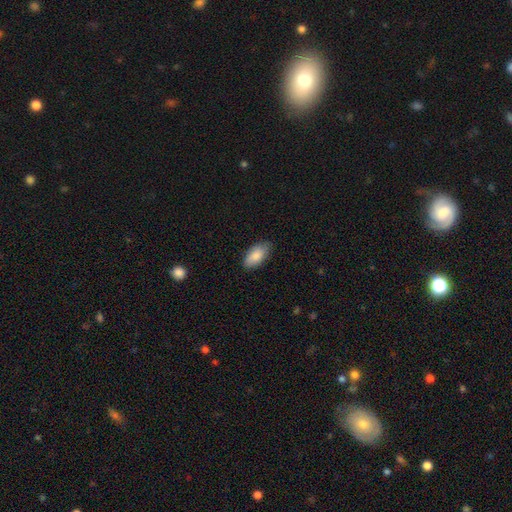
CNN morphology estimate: A smooth galaxy with no disk features (86%) that is in between round and cigar-shaped (93%). Merging: none (81%).